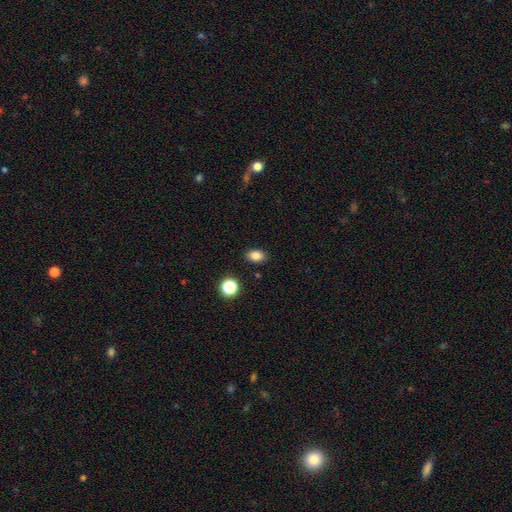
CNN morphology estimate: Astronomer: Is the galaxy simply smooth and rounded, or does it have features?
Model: smooth — 83%.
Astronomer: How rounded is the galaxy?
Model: in between — 82%.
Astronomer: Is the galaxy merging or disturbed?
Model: none — 87%.